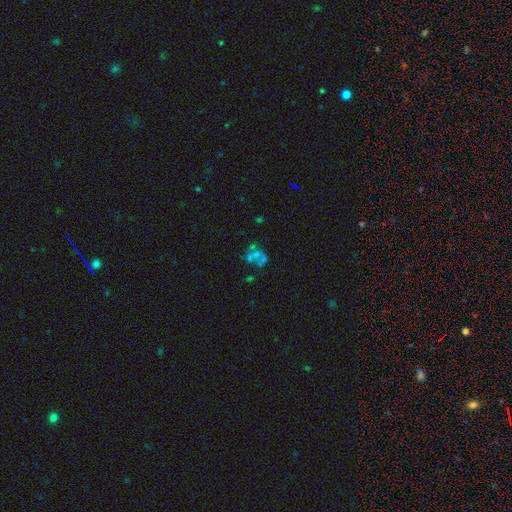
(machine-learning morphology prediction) featured or disk 51%, smooth 28%, star or artifact 21%. Down the decision tree: edge-on disk — no (98%); bar — no (93%); spiral arms — no (93%); bulge size — none (78%); merging — none (35%).